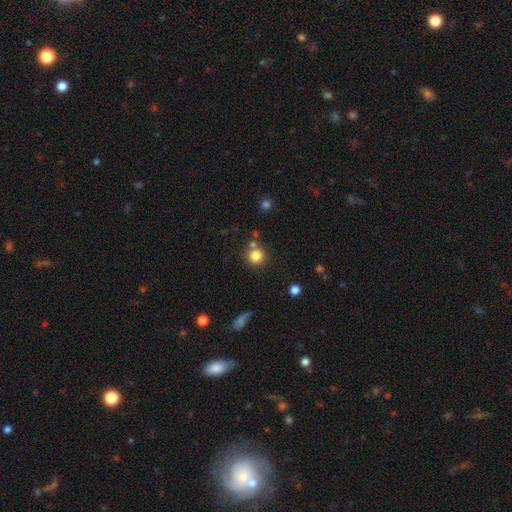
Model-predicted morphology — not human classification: The model was most divided on "merging": none: 73%, merger: 15%, minor disturbance: 9%, major disturbance: 4%. More confident: how rounded — round (92%); smooth or featured — smooth (82%).